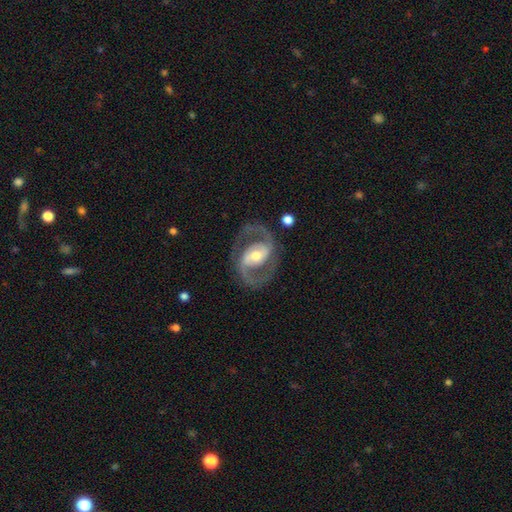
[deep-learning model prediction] A featured or disk galaxy (91%) with a weak bar (39%), 2 (94%) medium (63%) spiral arms (97%) and a moderate central bulge (63%).

Vote fractions:
- Smooth or featured? featured or disk: 91% / star or artifact: 5% / smooth: 4%
- Edge-on disk? no: 97% / yes: 3%
- Bar? weak: 39% / strong: 33% / no: 27%
- Spiral arms? yes: 97% / no: 3%
- Spiral winding? medium: 63% / tight: 20% / loose: 17%
- Spiral arm count? 2: 94% / can't tell: 2% / 1: 1% / 3: 1% / 4: 1% / more than 4: 1%
- Bulge size? moderate: 63% / small: 26% / large: 8% / none: 1% / dominant: 1%
- Merging? none: 82% / minor disturbance: 11% / major disturbance: 6% / merger: 1%